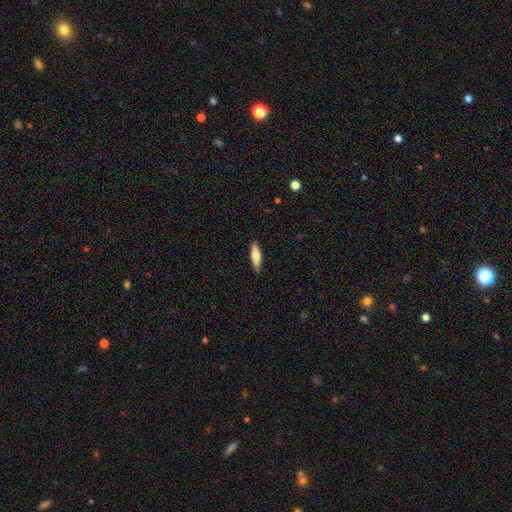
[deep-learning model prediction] smooth 72%, featured or disk 22%, star or artifact 6%. Down the decision tree: how rounded — cigar-shaped (64%); merging — none (86%).